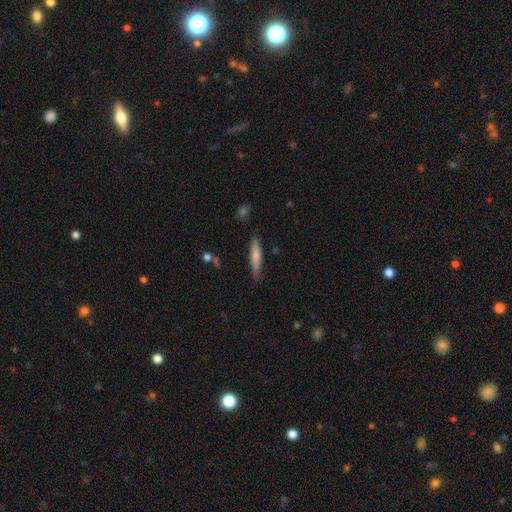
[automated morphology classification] smooth 69%, featured or disk 26%, star or artifact 6%. Down the decision tree: how rounded — cigar-shaped (90%); merging — none (81%).